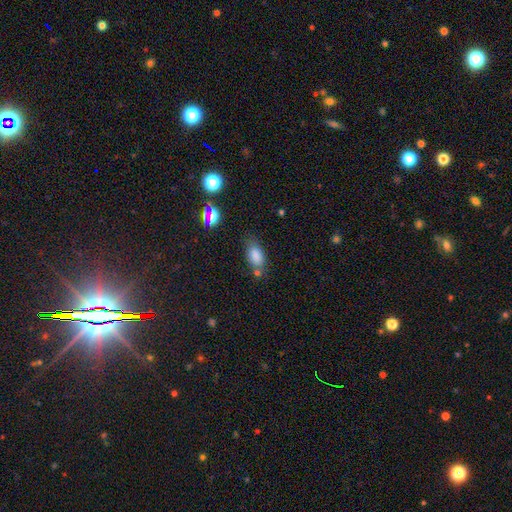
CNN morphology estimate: smooth 82%, star or artifact 11%, featured or disk 7%. Down the decision tree: how rounded — in between (89%); merging — none (64%).